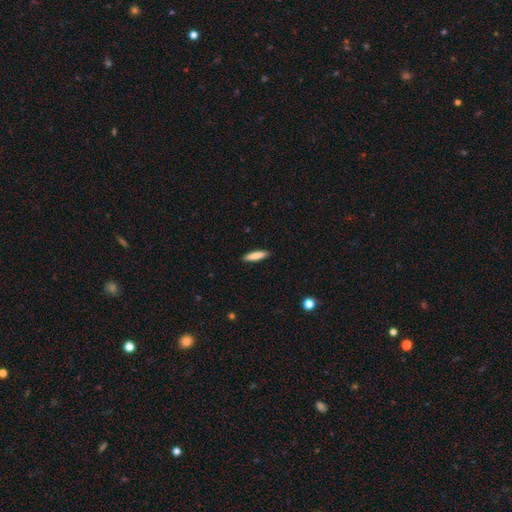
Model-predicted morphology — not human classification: Smooth or featured: smooth — 83% (featured or disk — 11%)
How rounded: cigar-shaped — 76% (in between — 22%)
Merging: none — 90% (minor disturbance — 7%)